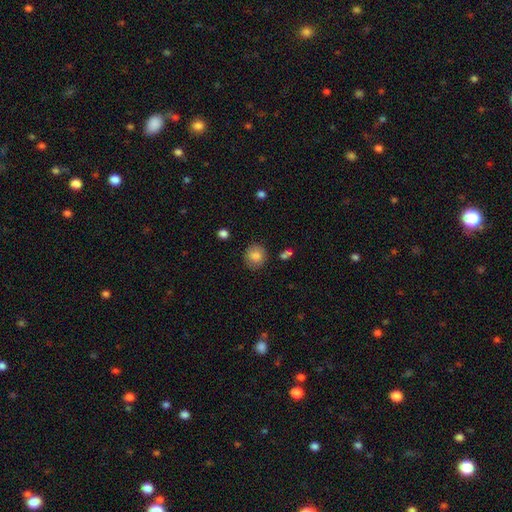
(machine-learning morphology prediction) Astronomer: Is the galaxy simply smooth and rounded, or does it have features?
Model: smooth — 84%.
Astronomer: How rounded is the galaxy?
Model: round — 89%.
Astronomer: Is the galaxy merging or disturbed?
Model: none — 87%.